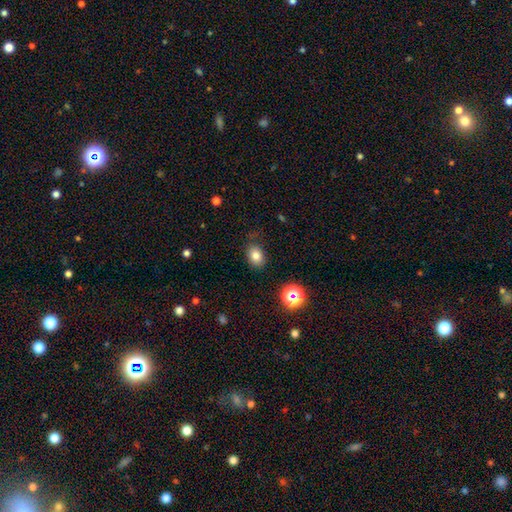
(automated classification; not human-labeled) Smooth or featured? Predicted: smooth (p=0.79). How rounded? Predicted: in between (p=0.66). Merging? Predicted: none (p=0.76).